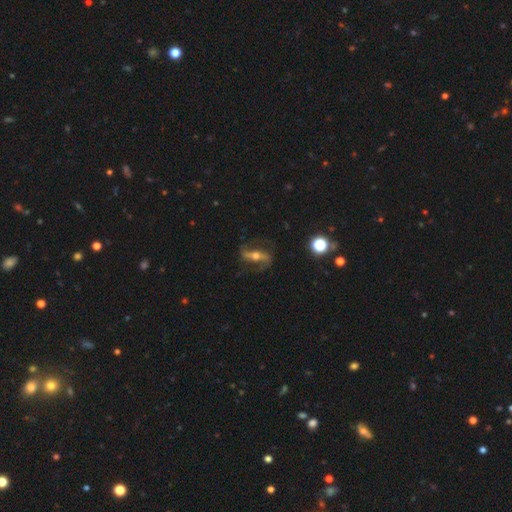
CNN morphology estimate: featured or disk 77%, smooth 15%, star or artifact 8%. Down the decision tree: edge-on disk — no (77%); bar — strong (60%); spiral arms — yes (86%); spiral arm count — 2 (90%); spiral winding — loose (56%); bulge size — moderate (64%); merging — none (75%).